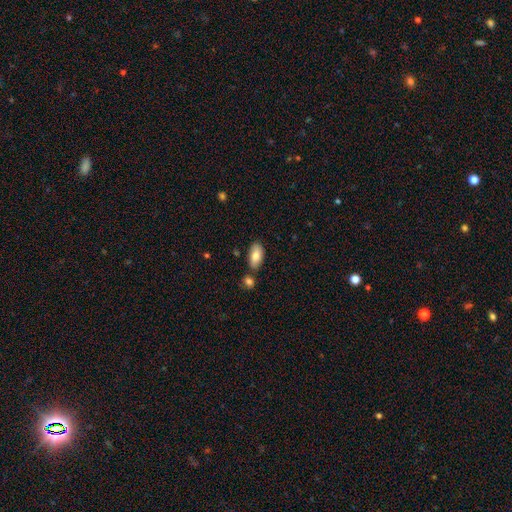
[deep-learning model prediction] This appears to be a smooth galaxy with no disk features (81%) that is in between round and cigar-shaped (92%). Merging: none (76%).